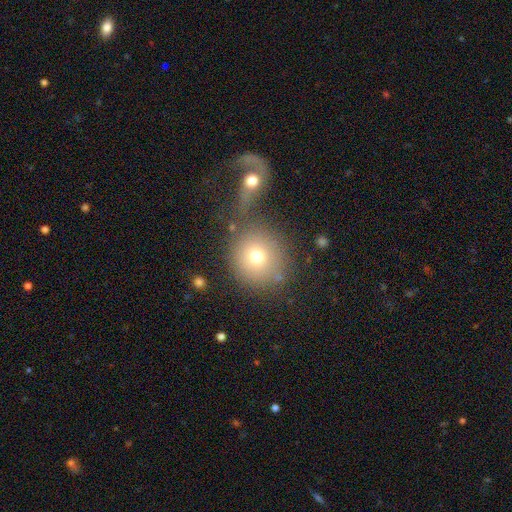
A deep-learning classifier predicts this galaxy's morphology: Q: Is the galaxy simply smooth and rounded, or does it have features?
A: smooth — 71%.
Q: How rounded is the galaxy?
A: round — 90%.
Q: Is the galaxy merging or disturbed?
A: none — 58%.